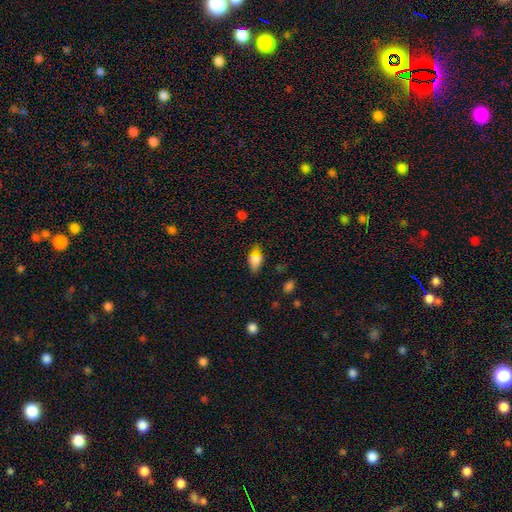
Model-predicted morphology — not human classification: Smooth or featured? smooth (73%)
How rounded? in between (85%)
Merging? none (78%)